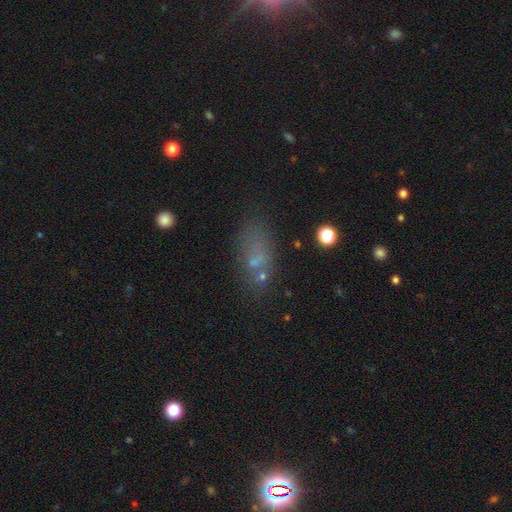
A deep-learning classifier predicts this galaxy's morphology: This is possibly a smooth galaxy (54%). How rounded: likely in between (76%). Merging: likely none (65%).